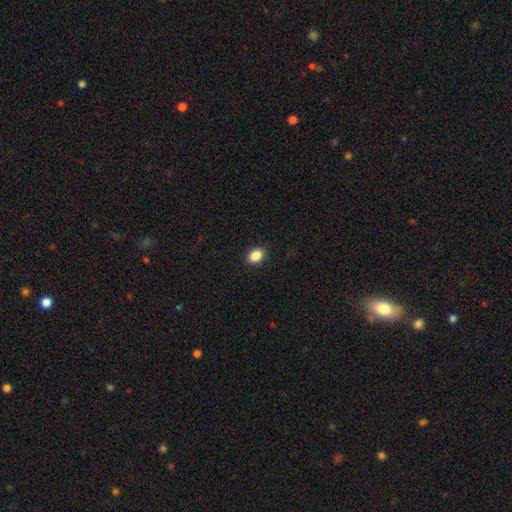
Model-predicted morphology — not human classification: Q: Smooth or featured?
A: smooth (87%); runner-up: star or artifact (9%)
Q: How rounded?
A: in between (66%); runner-up: round (33%)
Q: Merging?
A: none (89%); runner-up: minor disturbance (8%)